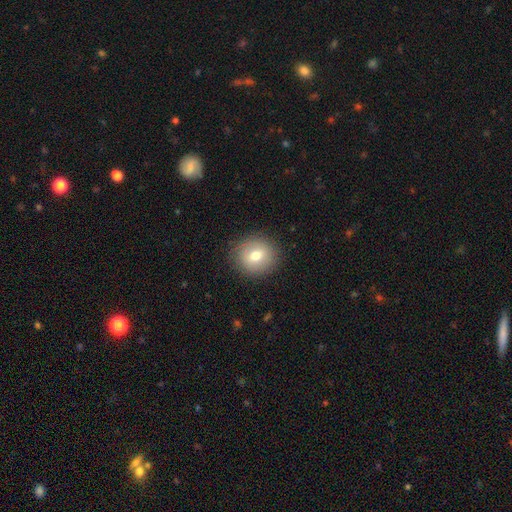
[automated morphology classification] Smooth or featured?
  - smooth: 72% *
  - featured or disk: 18%
  - star or artifact: 10%
How rounded?
  - round: 83% *
  - in between: 16%
  - cigar-shaped: 1%
Merging?
  - none: 88% *
  - minor disturbance: 8%
  - major disturbance: 3%
  - merger: 1%